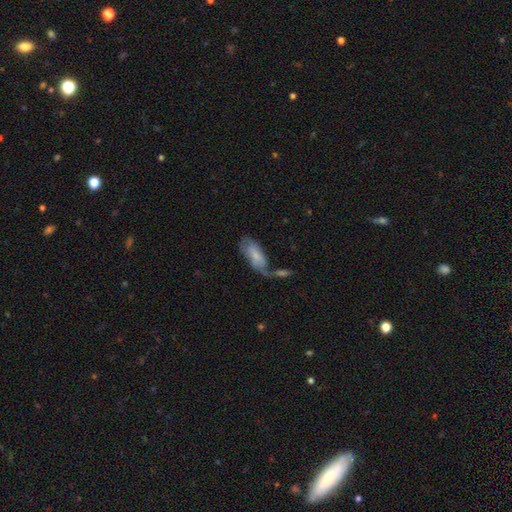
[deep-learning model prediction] A smooth galaxy with no disk features (61%) that is in between round and cigar-shaped (85%).

Vote fractions:
- Smooth or featured? smooth: 61% / featured or disk: 32% / star or artifact: 7%
- How rounded? in between: 85% / cigar-shaped: 13% / round: 2%
- Merging? merger: 33% / none: 30% / minor disturbance: 19% / major disturbance: 17%